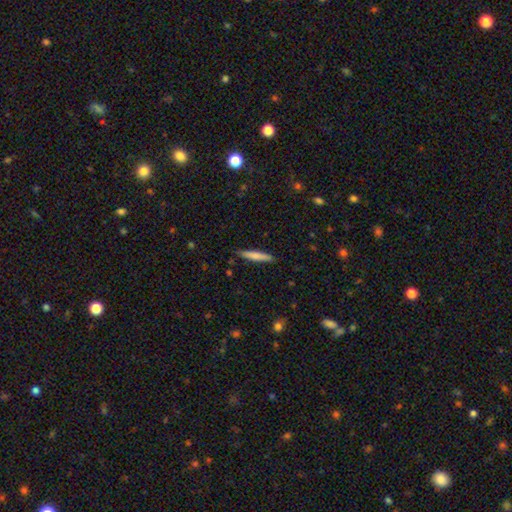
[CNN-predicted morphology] Smooth or featured? Predicted: smooth (p=0.73). How rounded? Predicted: cigar-shaped (p=0.92). Merging? Predicted: none (p=0.88).